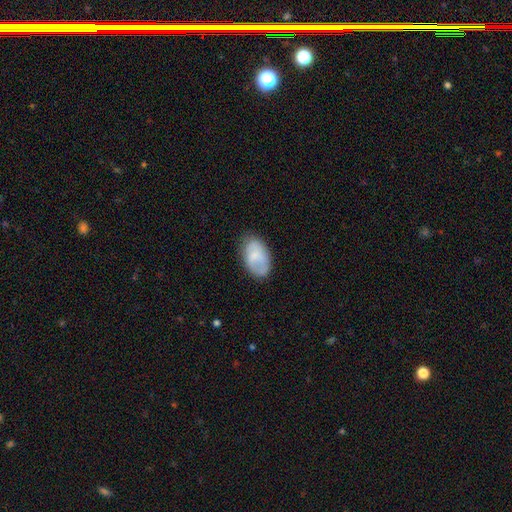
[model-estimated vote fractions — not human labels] A smooth galaxy with no disk features (71%) that is in between round and cigar-shaped (92%).

Vote fractions:
- Smooth or featured? smooth: 71% / featured or disk: 22% / star or artifact: 7%
- How rounded? in between: 92% / round: 6% / cigar-shaped: 1%
- Merging? none: 69% / minor disturbance: 23% / major disturbance: 7% / merger: 1%